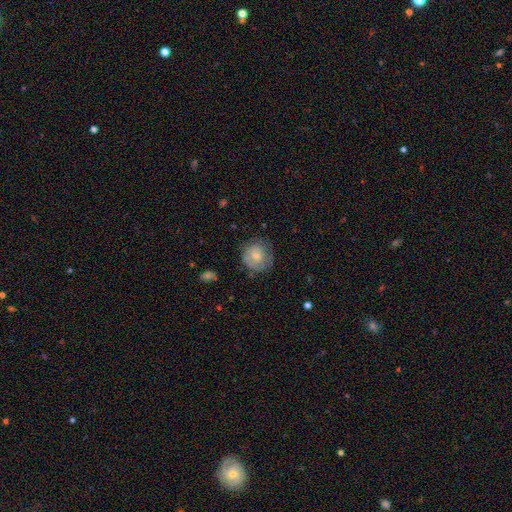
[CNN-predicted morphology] This appears to be a smooth galaxy with no disk features (69%) that is round (87%). Merging: none (67%).